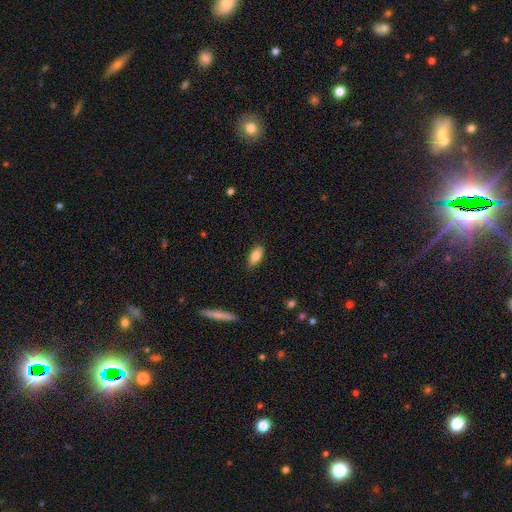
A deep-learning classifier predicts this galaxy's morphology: A smooth galaxy with no disk features (81%) that is in between round and cigar-shaped (85%).

Vote fractions:
- Smooth or featured? smooth: 81% / featured or disk: 12% / star or artifact: 7%
- How rounded? in between: 85% / cigar-shaped: 12% / round: 3%
- Merging? none: 85% / minor disturbance: 11% / major disturbance: 2% / merger: 1%